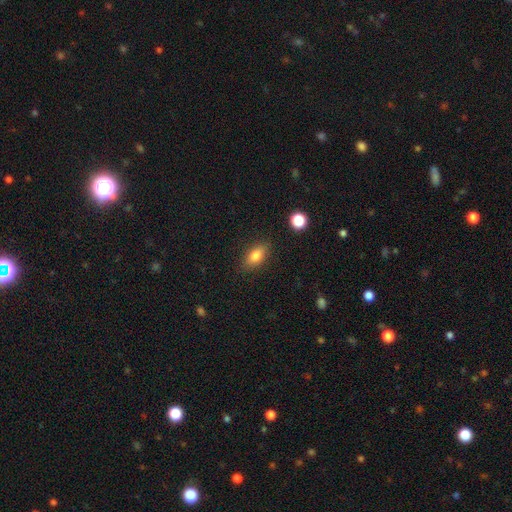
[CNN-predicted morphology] This appears to be a smooth galaxy with no disk features (80%) that is in between round and cigar-shaped (84%). Merging: none (85%).